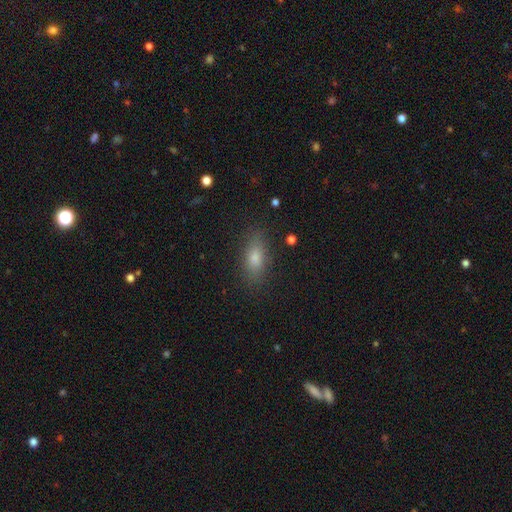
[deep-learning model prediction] Smooth or featured?
  - smooth: 74% *
  - featured or disk: 15%
  - star or artifact: 11%
How rounded?
  - in between: 70% *
  - cigar-shaped: 25%
  - round: 5%
Merging?
  - none: 85% *
  - minor disturbance: 11%
  - major disturbance: 3%
  - merger: 1%